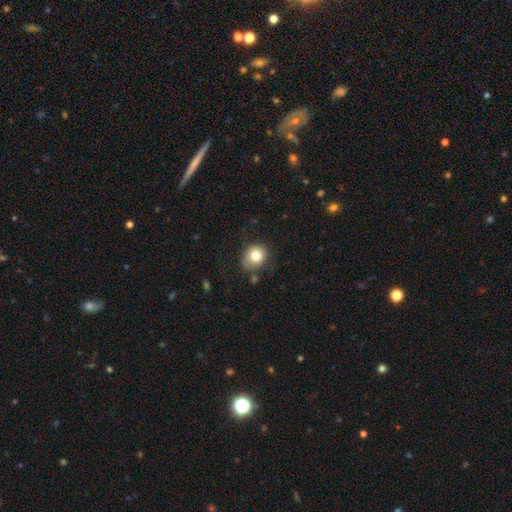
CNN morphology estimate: Smooth or featured?
  - smooth: 79% *
  - featured or disk: 11%
  - star or artifact: 10%
How rounded?
  - round: 78% *
  - in between: 21%
  - cigar-shaped: 1%
Merging?
  - none: 75% *
  - minor disturbance: 17%
  - major disturbance: 4%
  - merger: 3%